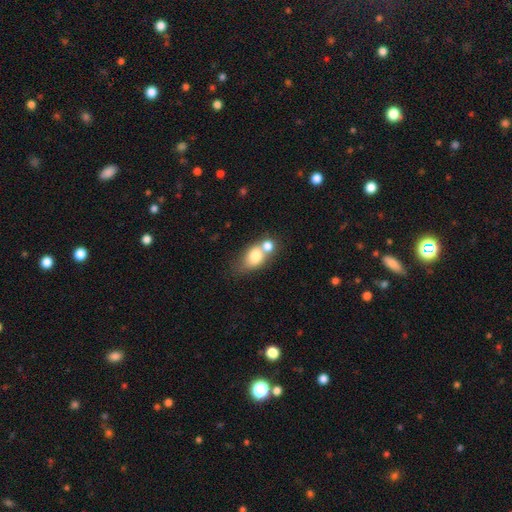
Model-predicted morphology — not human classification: Q: Smooth or featured?
A: smooth (74%); runner-up: featured or disk (17%)
Q: How rounded?
A: in between (64%); runner-up: round (32%)
Q: Merging?
A: merger (57%); runner-up: none (28%)